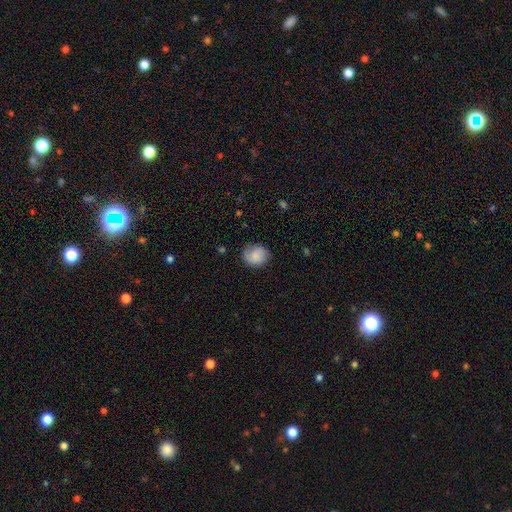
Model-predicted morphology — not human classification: Smooth or featured? smooth (73%)
How rounded? round (70%)
Merging? none (76%)